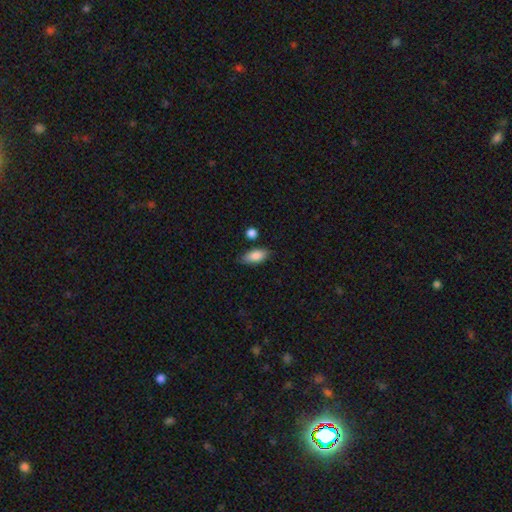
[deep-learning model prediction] This is clearly a smooth galaxy (84%). How rounded: clearly in between (88%). Merging: likely none (77%).